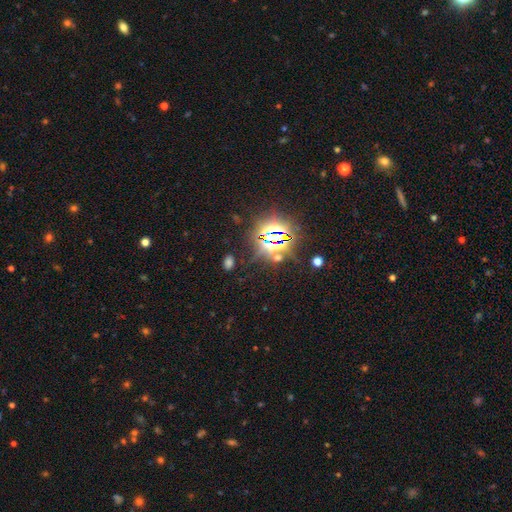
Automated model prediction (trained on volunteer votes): Overall: star or artifact (83%).